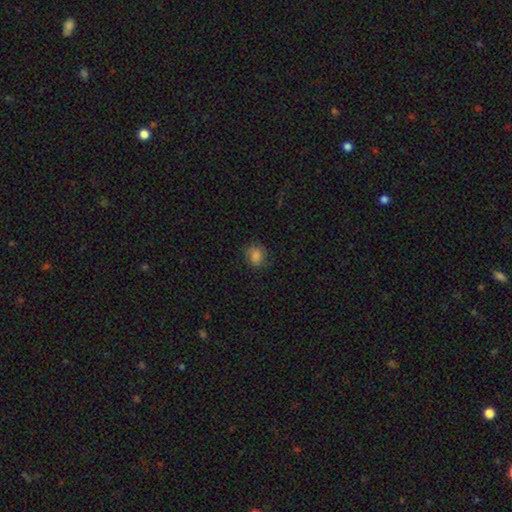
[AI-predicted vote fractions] Overall: smooth (80%). How rounded: round (70%). Merging: none (79%).